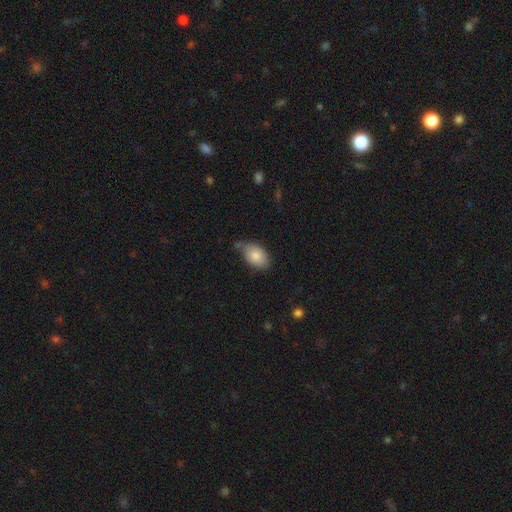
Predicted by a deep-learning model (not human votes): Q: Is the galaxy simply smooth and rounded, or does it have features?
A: smooth — 82%.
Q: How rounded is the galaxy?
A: in between — 89%.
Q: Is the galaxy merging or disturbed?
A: none — 60%.